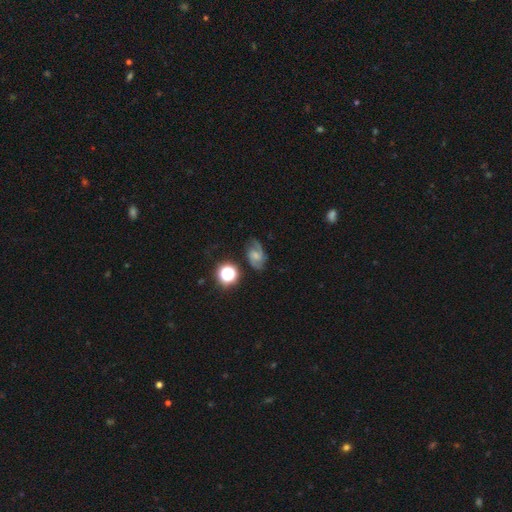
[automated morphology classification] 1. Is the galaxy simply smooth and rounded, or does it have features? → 69% featured or disk, 18% smooth, 13% star or artifact.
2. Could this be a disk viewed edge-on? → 97% no, 3% yes.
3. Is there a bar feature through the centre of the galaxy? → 47% no, 44% weak, 9% strong.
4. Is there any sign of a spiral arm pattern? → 95% yes, 5% no.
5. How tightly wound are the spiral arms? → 51% medium, 26% loose, 22% tight.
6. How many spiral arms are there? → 84% 2, 6% can't tell, 4% 1, 2% 3, 1% 4, 1% more than 4.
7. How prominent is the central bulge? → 42% small, 32% moderate, 18% none, 6% large, 2% dominant.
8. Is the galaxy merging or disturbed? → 71% none, 19% minor disturbance, 8% major disturbance, 3% merger.